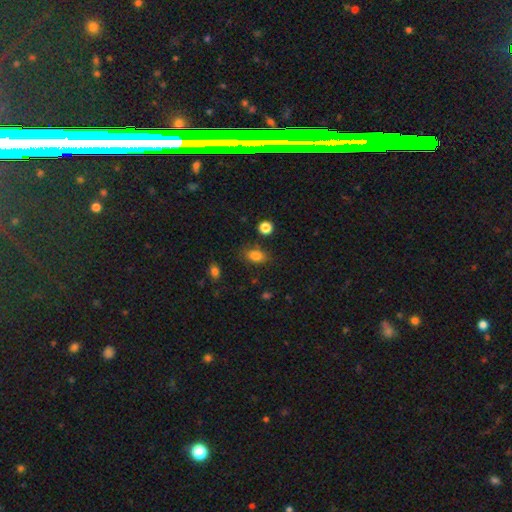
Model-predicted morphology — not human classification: Q: Smooth or featured?
A: smooth (82%); runner-up: star or artifact (10%)
Q: How rounded?
A: in between (81%); runner-up: round (16%)
Q: Merging?
A: none (74%); runner-up: minor disturbance (17%)